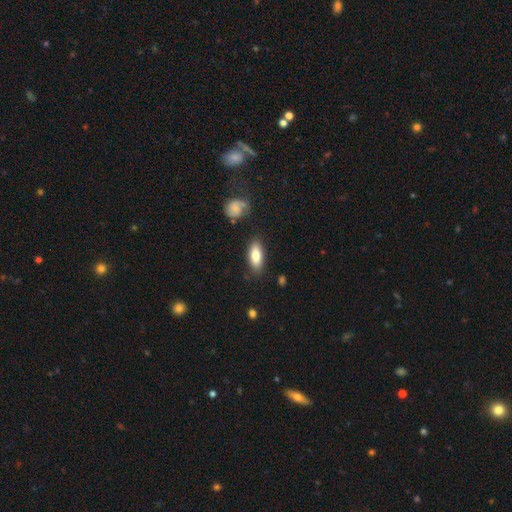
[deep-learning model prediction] This appears to be a smooth galaxy with no disk features (79%) that is in between round and cigar-shaped (80%). Merging: none (82%).